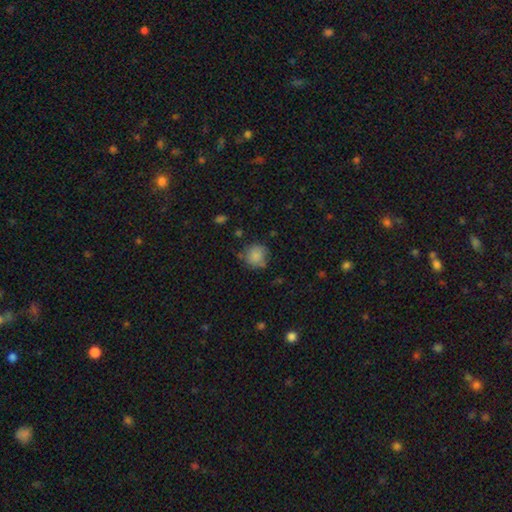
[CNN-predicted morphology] Smooth or featured: smooth — 82% (star or artifact — 9%)
How rounded: round — 87% (in between — 12%)
Merging: none — 66% (minor disturbance — 23%)